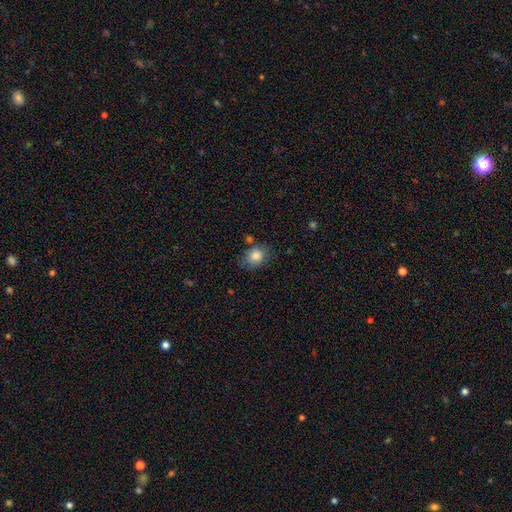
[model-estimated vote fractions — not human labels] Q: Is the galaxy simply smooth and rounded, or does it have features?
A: smooth — 83%.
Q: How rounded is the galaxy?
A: in between — 51%.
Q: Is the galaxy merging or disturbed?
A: none — 69%.